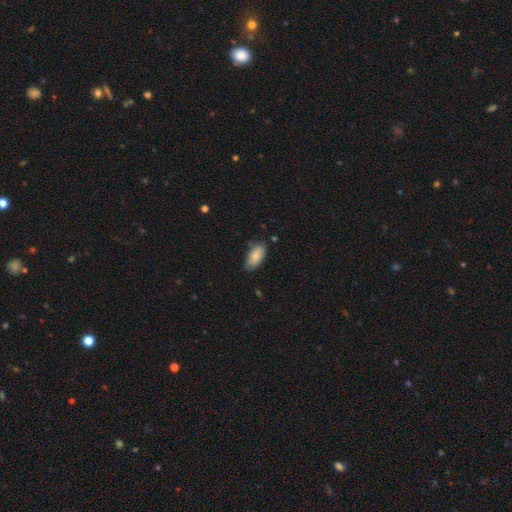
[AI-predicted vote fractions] Smooth or featured? smooth (85%)
How rounded? in between (91%)
Merging? none (73%)